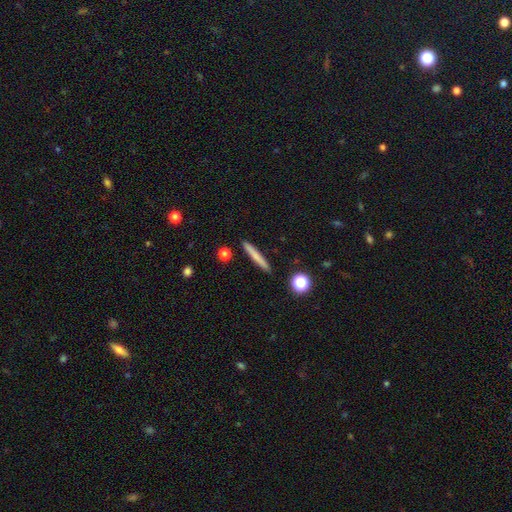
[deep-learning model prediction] Q: Smooth or featured?
A: smooth (70%); runner-up: featured or disk (23%)
Q: How rounded?
A: cigar-shaped (96%); runner-up: in between (3%)
Q: Merging?
A: none (91%); runner-up: minor disturbance (6%)